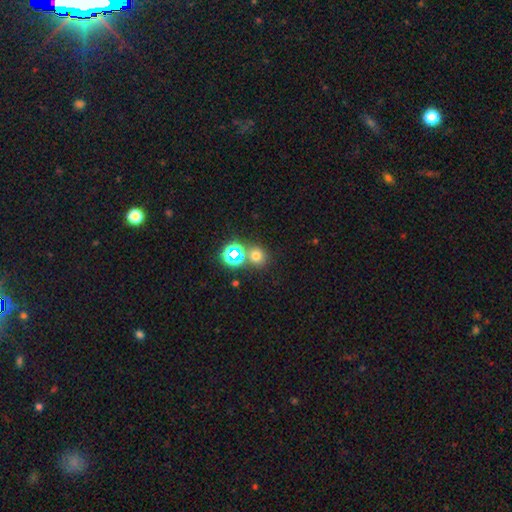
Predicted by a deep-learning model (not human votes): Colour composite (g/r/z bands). It shows a smooth galaxy with no disk features (65%) that is round (86%). Merging: none (70%).